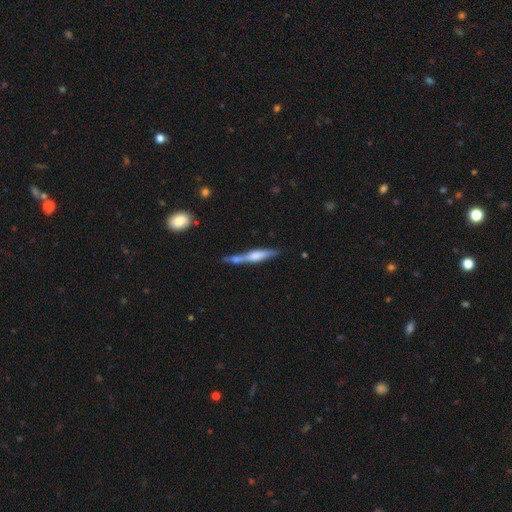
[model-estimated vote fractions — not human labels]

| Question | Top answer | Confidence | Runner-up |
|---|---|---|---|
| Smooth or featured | featured or disk | 52% | smooth (41%) |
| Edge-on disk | yes | 92% | no (8%) |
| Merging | none | 49% | merger (30%) |